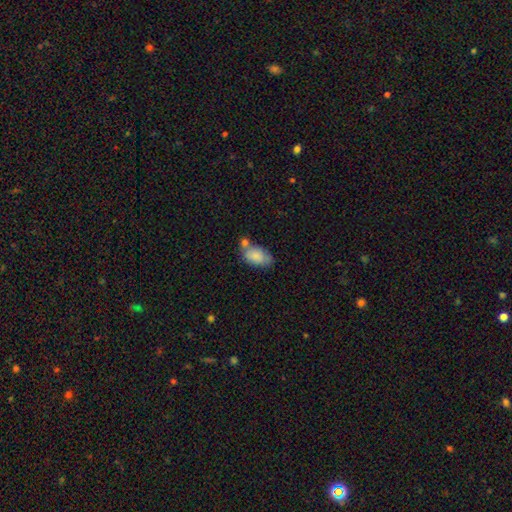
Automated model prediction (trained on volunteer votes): This appears to be a smooth galaxy with no disk features (82%) that is in between round and cigar-shaped (92%). Merging: none (47%).